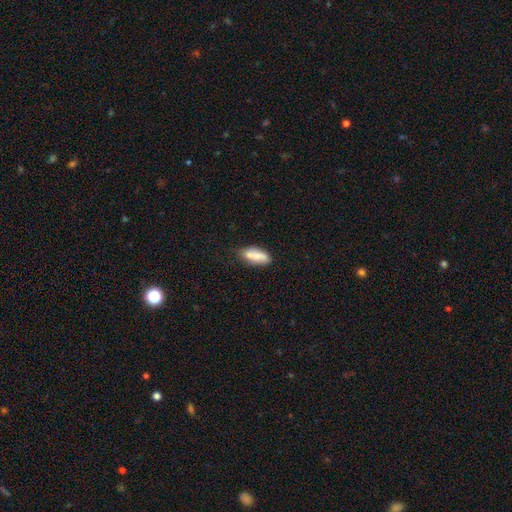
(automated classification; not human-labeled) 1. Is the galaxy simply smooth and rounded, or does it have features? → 78% smooth, 15% featured or disk, 7% star or artifact.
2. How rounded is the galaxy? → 74% in between, 23% cigar-shaped, 3% round.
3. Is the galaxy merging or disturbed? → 61% none, 23% minor disturbance, 10% merger, 5% major disturbance.